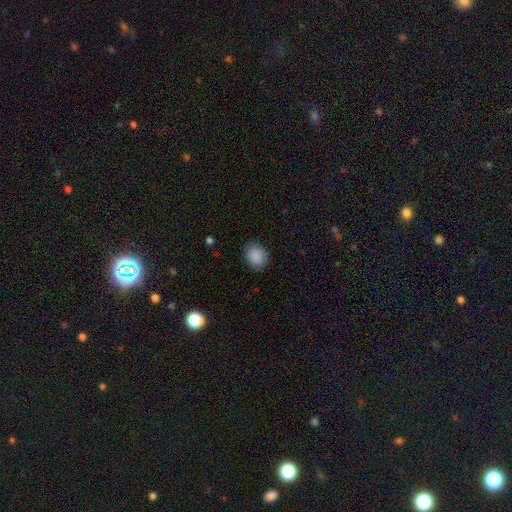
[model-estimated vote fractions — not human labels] smooth_or_featured: smooth (p=0.88) [alt: star or artifact p=0.08]
how_rounded: round (p=0.60) [alt: in between p=0.39]
merging: none (p=0.83) [alt: minor disturbance p=0.13]